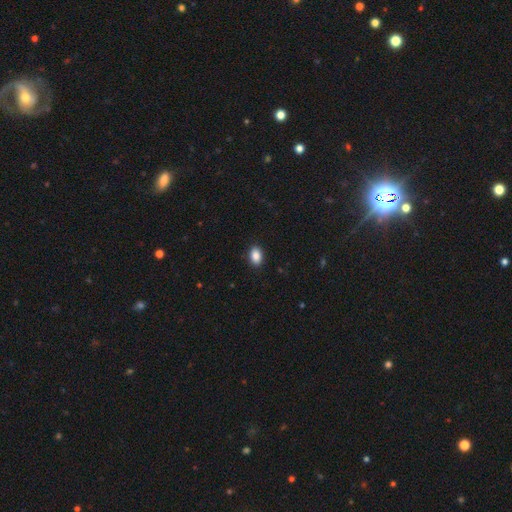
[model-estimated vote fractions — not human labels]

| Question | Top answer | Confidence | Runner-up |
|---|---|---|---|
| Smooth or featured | smooth | 87% | star or artifact (8%) |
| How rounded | in between | 85% | round (14%) |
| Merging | none | 90% | minor disturbance (7%) |